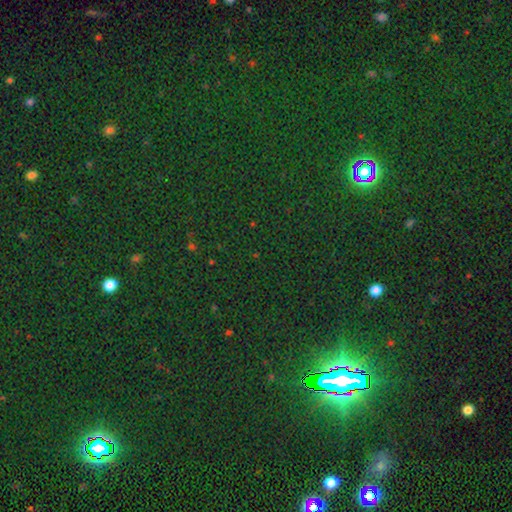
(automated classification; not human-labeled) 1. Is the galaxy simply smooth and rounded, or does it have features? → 76% star or artifact, 16% smooth, 8% featured or disk.